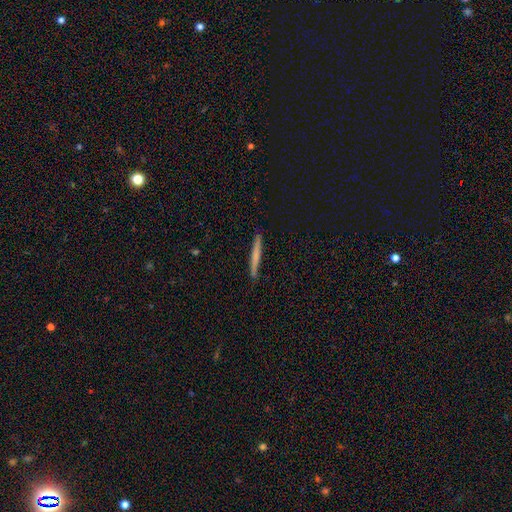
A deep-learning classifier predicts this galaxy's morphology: smooth_or_featured: smooth (p=0.60) [alt: featured or disk p=0.34]
how_rounded: cigar-shaped (p=0.97) [alt: in between p=0.02]
merging: none (p=0.91) [alt: minor disturbance p=0.07]